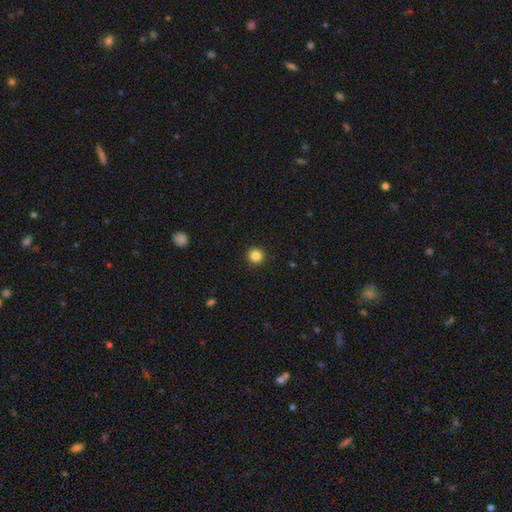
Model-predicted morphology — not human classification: Overall: smooth (85%). How rounded: round (94%). Merging: none (93%).